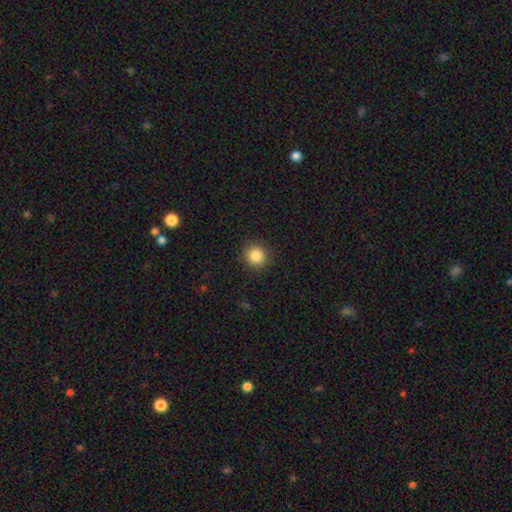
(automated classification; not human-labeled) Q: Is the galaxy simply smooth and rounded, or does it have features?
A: smooth — 85%.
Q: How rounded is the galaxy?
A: round — 93%.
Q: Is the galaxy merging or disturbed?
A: none — 91%.